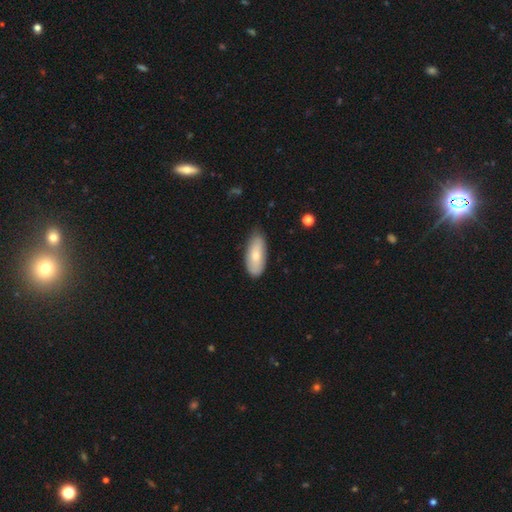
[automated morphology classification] Overall: smooth (73%). How rounded: in between (83%). Merging: none (75%).